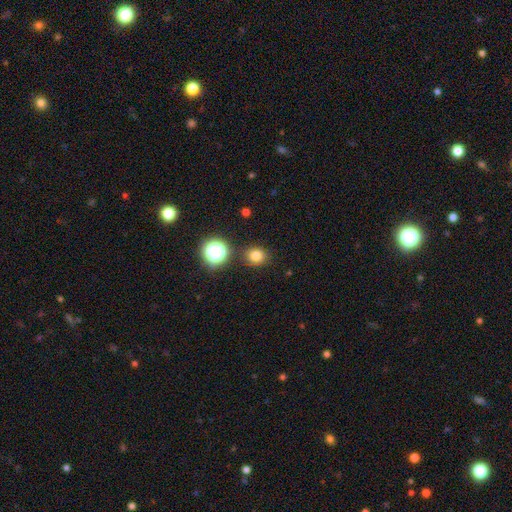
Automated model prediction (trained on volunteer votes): Smooth or featured? smooth (76%)
How rounded? round (80%)
Merging? none (86%)